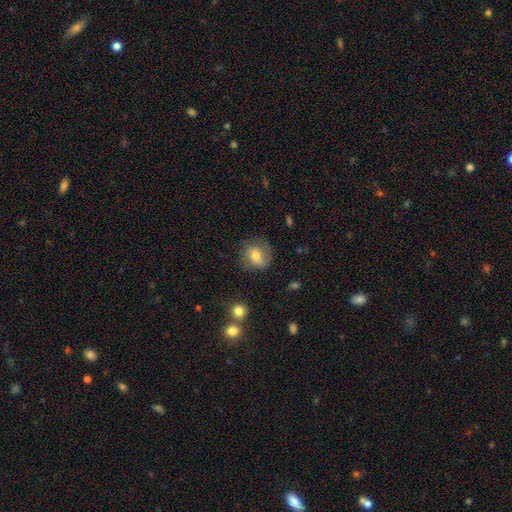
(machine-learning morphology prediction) A smooth galaxy with no disk features (46%). Merging: none (72%).